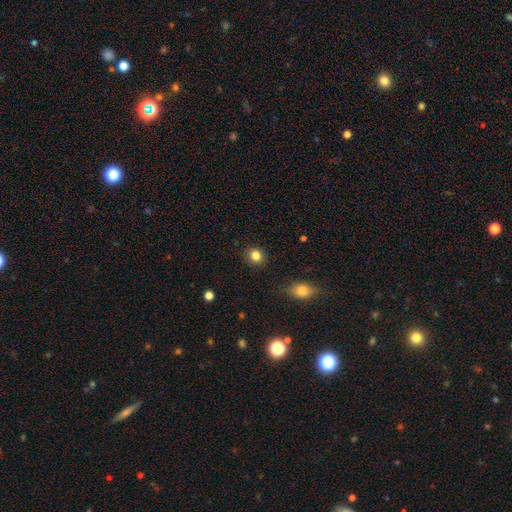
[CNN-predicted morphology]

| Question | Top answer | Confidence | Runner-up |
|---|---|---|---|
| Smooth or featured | smooth | 84% | star or artifact (10%) |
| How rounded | round | 79% | in between (20%) |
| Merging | none | 90% | minor disturbance (7%) |